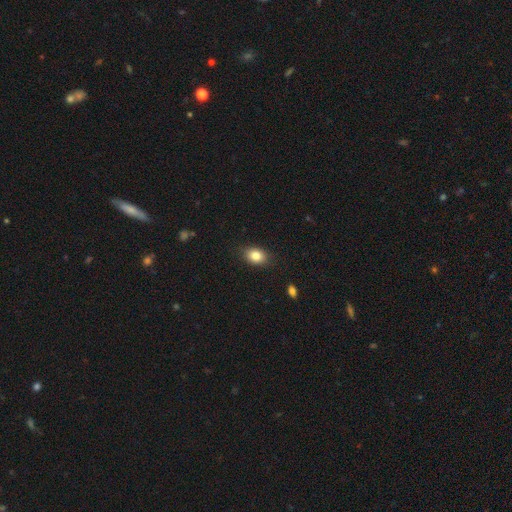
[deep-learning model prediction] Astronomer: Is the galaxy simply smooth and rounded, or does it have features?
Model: smooth — 84%.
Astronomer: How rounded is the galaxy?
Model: in between — 73%.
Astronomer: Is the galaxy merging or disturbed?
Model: none — 86%.